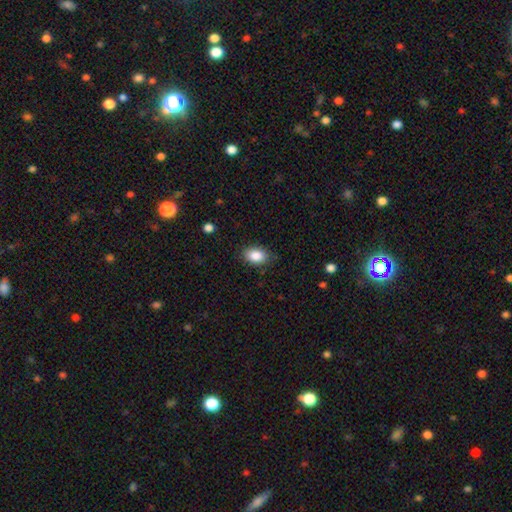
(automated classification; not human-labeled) Smooth or featured? Predicted: smooth (p=0.88). How rounded? Predicted: in between (p=0.86). Merging? Predicted: none (p=0.83).